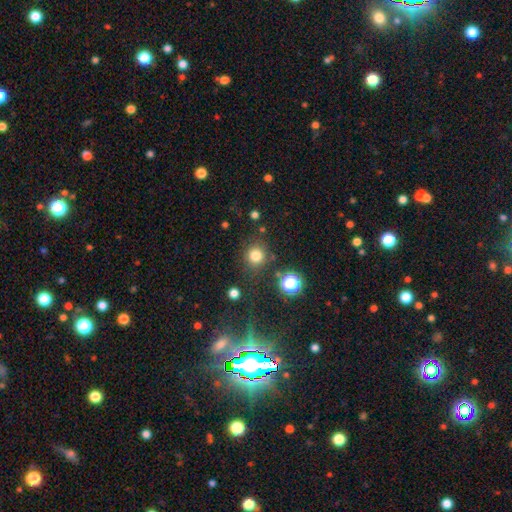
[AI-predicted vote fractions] Smooth or featured?
  - smooth: 78% *
  - star or artifact: 16%
  - featured or disk: 6%
How rounded?
  - round: 90% *
  - in between: 9%
  - cigar-shaped: 1%
Merging?
  - none: 81% *
  - minor disturbance: 10%
  - merger: 5%
  - major disturbance: 5%